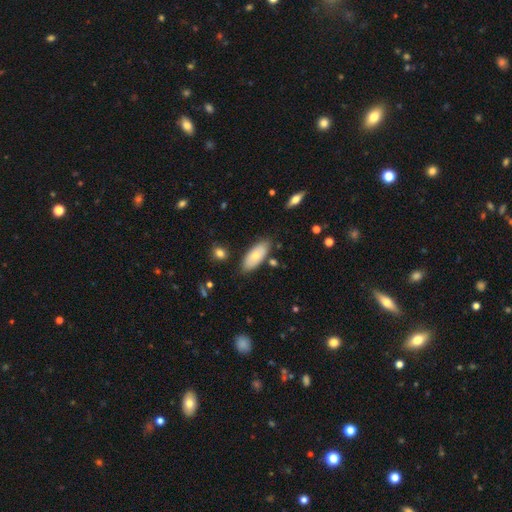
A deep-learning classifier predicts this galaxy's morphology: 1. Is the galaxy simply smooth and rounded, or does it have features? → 69% smooth, 25% featured or disk, 6% star or artifact.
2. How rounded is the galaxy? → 88% in between, 10% cigar-shaped, 2% round.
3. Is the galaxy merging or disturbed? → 81% none, 13% minor disturbance, 4% merger, 3% major disturbance.